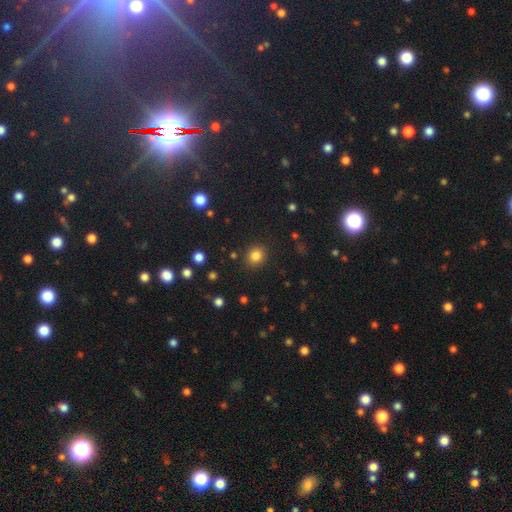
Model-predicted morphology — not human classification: type=smooth (83%); roundness=round (75%); merging=none (88%).